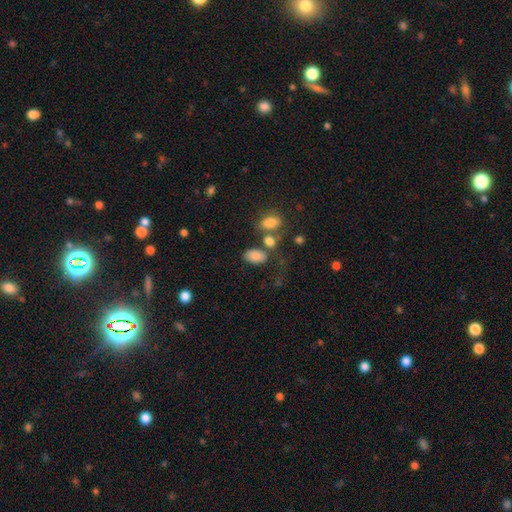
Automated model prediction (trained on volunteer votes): Overall: smooth (84%). How rounded: in between (91%). Merging: none (57%; merger 19%).